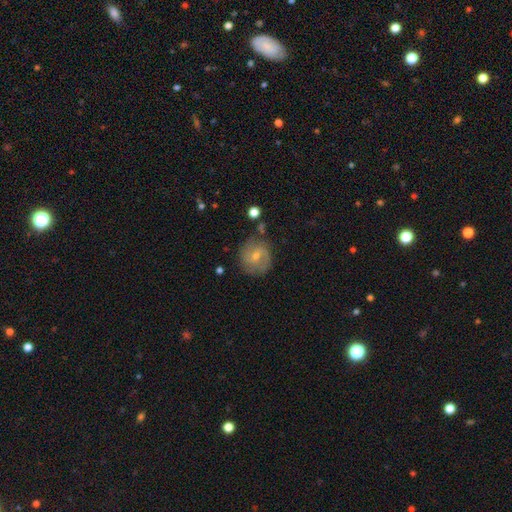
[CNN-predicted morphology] Smooth or featured? featured or disk (67%)
Edge-on disk? no (97%)
Bar? no (45%, tied with weak)
Spiral arms? yes (88%)
Spiral winding? medium (42%)
Spiral arm count? 2 (64%)
Bulge size? small (56%)
Merging? none (78%)